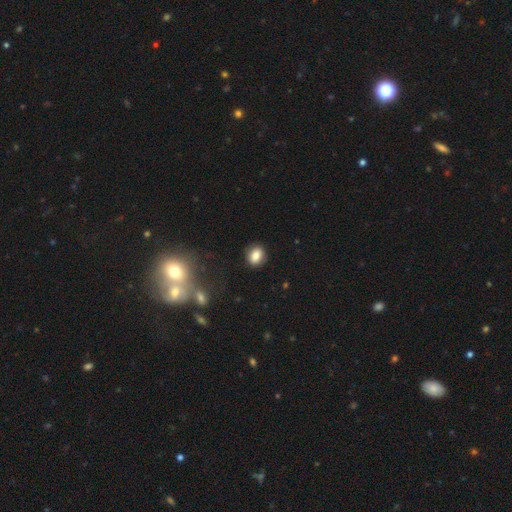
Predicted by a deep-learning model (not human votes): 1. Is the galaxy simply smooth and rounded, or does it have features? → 82% smooth, 10% star or artifact, 8% featured or disk.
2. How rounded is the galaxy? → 54% round, 45% in between, 1% cigar-shaped.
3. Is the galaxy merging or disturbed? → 87% none, 9% minor disturbance, 2% major disturbance, 1% merger.